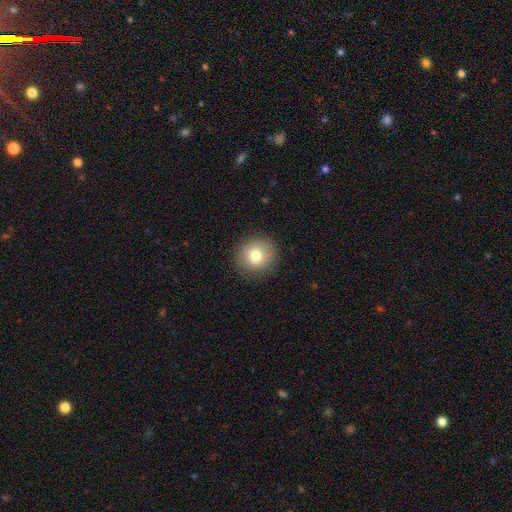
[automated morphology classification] Smooth or featured? smooth (78%)
How rounded? round (90%)
Merging? none (87%)